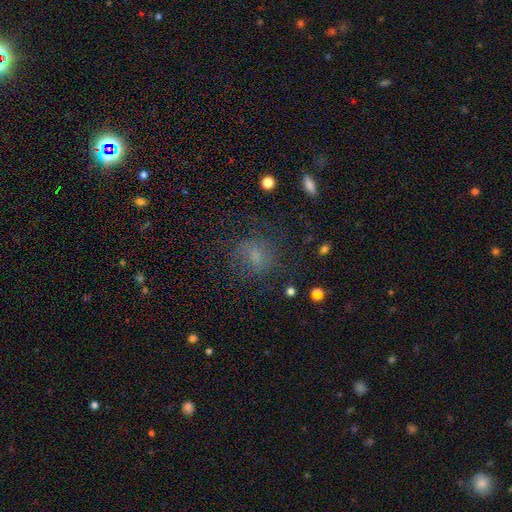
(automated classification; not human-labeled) Q: Smooth or featured?
A: smooth (54%); runner-up: featured or disk (26%)
Q: How rounded?
A: round (75%); runner-up: in between (24%)
Q: Merging?
A: none (65%); runner-up: minor disturbance (18%)